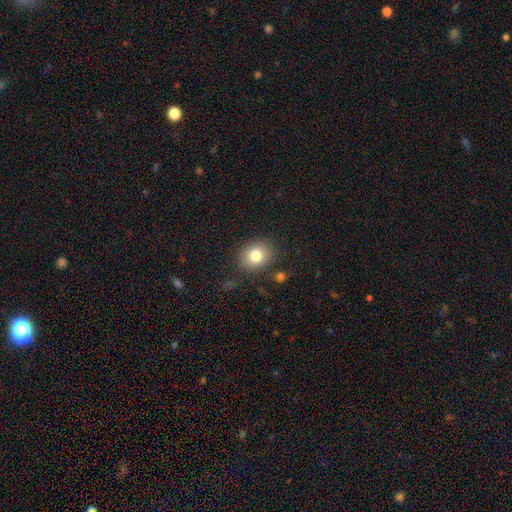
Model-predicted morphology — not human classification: The model was most divided on "how rounded": round: 53%, in between: 46%, cigar-shaped: 1%. More confident: merging — none (82%); smooth or featured — smooth (81%).